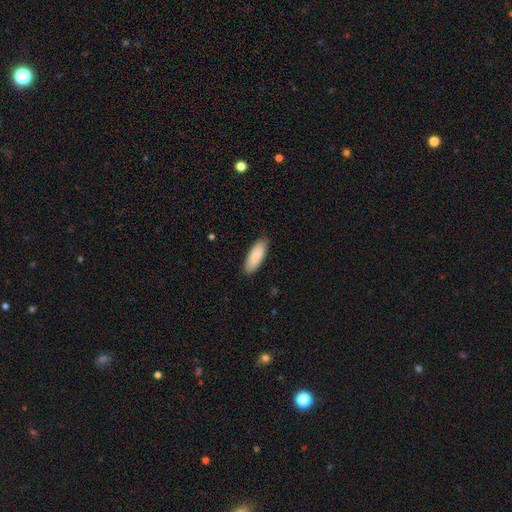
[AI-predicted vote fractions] Smooth or featured? smooth (89%)
How rounded? in between (68%)
Merging? none (87%)